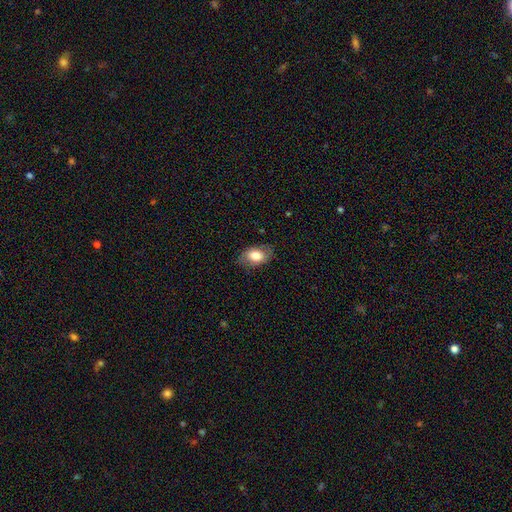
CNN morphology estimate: Smooth or featured?
  - smooth: 75% *
  - featured or disk: 18%
  - star or artifact: 7%
How rounded?
  - in between: 89% *
  - round: 10%
  - cigar-shaped: 1%
Merging?
  - none: 78% *
  - minor disturbance: 16%
  - major disturbance: 5%
  - merger: 1%